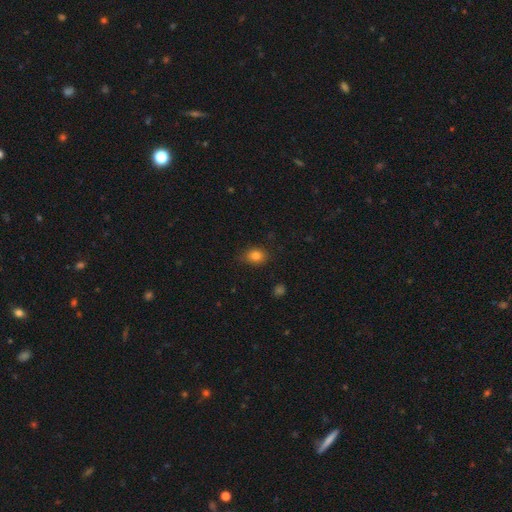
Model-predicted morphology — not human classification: A smooth galaxy with no disk features (82%) that is in between round and cigar-shaped (53%).

Vote fractions:
- Smooth or featured? smooth: 82% / star or artifact: 11% / featured or disk: 7%
- How rounded? in between: 53% / round: 45% / cigar-shaped: 1%
- Merging? none: 79% / minor disturbance: 17% / major disturbance: 3% / merger: 1%